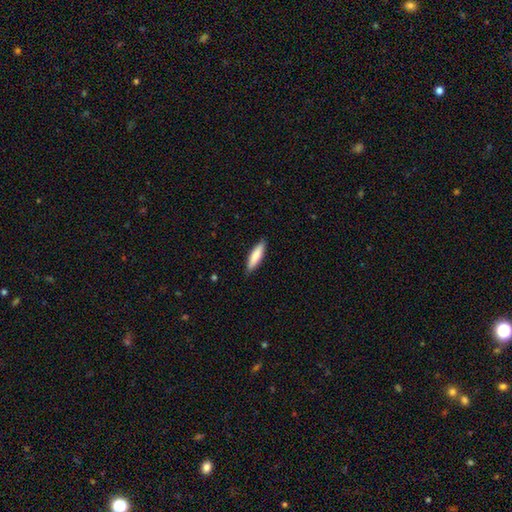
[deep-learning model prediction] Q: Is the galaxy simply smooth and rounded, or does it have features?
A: smooth — 80%.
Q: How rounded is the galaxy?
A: cigar-shaped — 70%.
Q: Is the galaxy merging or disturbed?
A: none — 88%.